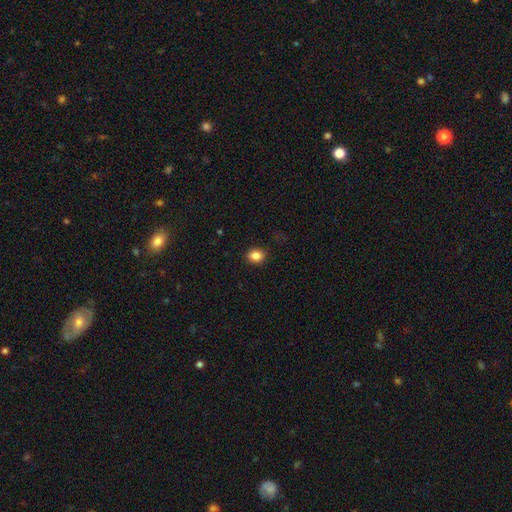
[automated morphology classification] The model was most divided on "how rounded": in between: 57%, round: 42%, cigar-shaped: 1%. More confident: merging — none (88%); smooth or featured — smooth (86%).